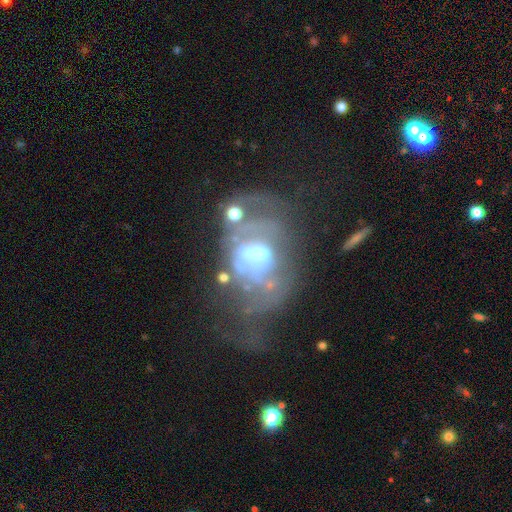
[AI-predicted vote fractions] Q: Smooth or featured?
A: featured or disk (65%); runner-up: smooth (20%)
Q: Edge-on disk?
A: no (97%); runner-up: yes (3%)
Q: Bar?
A: no (57%); runner-up: weak (28%)
Q: Spiral arms?
A: no (58%); runner-up: yes (42%)
Q: Bulge size?
A: moderate (41%); runner-up: large (27%)
Q: Merging?
A: major disturbance (43%); runner-up: none (23%)